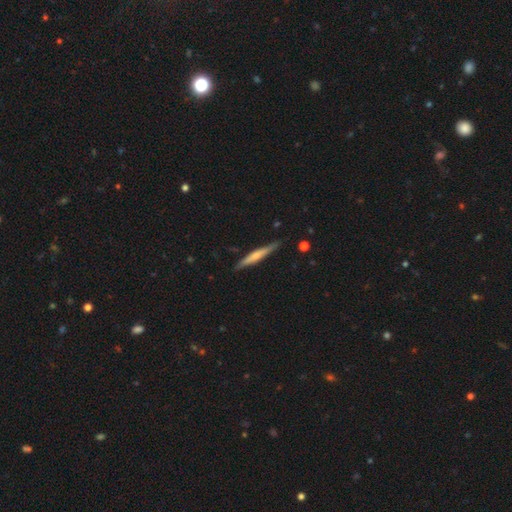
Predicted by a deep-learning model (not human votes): The model was most divided on "smooth or featured": featured or disk: 55%, smooth: 40%, star or artifact: 6%. More confident: edge-on disk — yes (96%); merging — none (87%); edge-on bulge — rounded (64%).